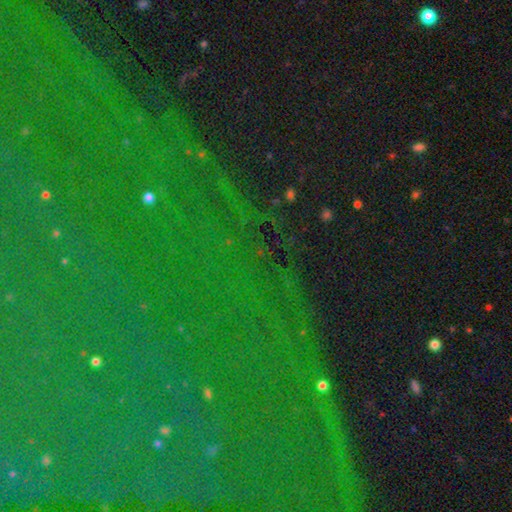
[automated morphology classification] This is clearly a star or artifact rather than a galaxy (84%).